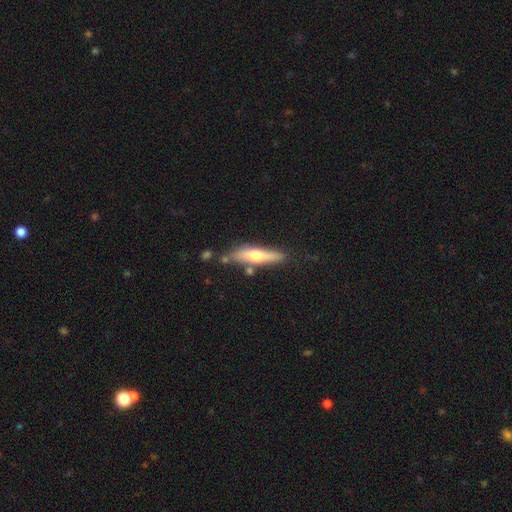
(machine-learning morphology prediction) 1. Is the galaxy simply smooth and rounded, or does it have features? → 48% smooth, 46% featured or disk, 5% star or artifact.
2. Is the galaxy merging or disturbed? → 72% none, 16% minor disturbance, 8% merger, 4% major disturbance.